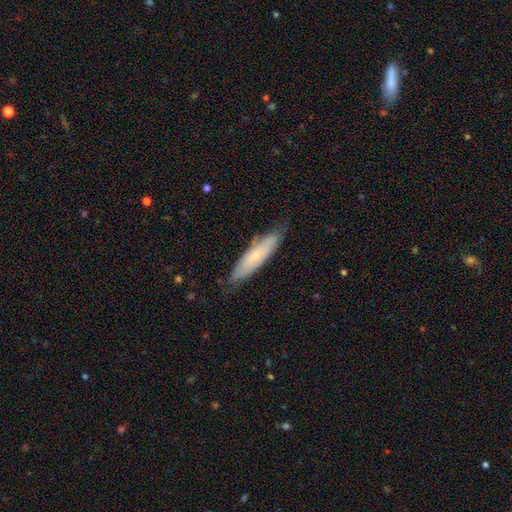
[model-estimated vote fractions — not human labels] This appears to be a smooth galaxy with no disk features (53%) that is cigar-shaped (68%). Merging: none (74%).